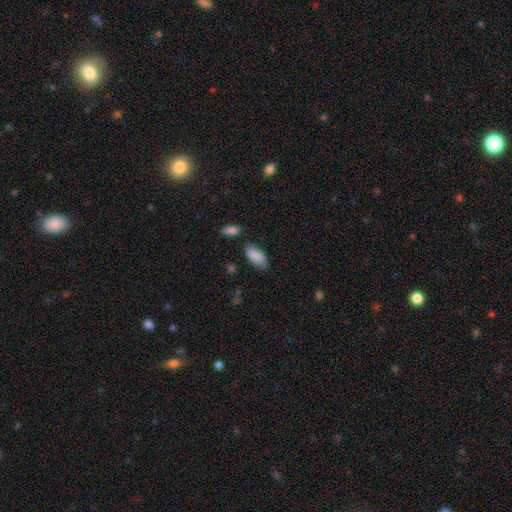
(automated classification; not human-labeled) Smooth or featured? smooth (87%)
How rounded? in between (92%)
Merging? none (72%)